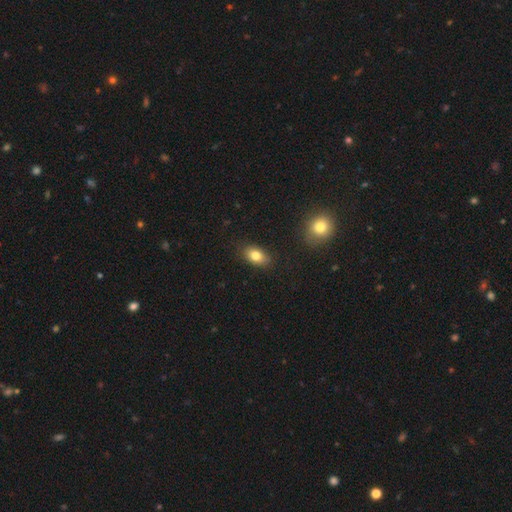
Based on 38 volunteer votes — A smooth galaxy with no disk features (84%) that is in between round and cigar-shaped (78%). Merging: none (83%).